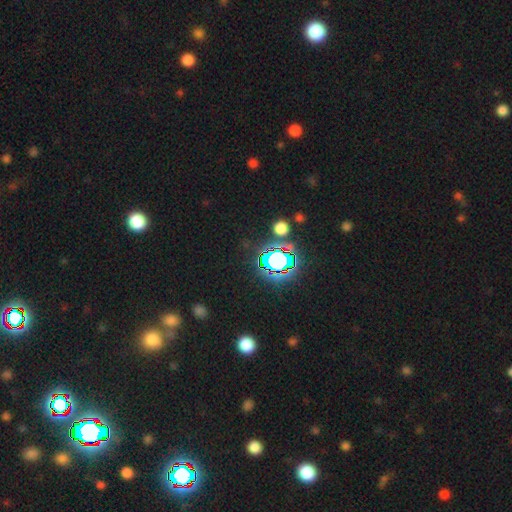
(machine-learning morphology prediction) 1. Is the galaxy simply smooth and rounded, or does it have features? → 77% star or artifact, 15% smooth, 8% featured or disk.